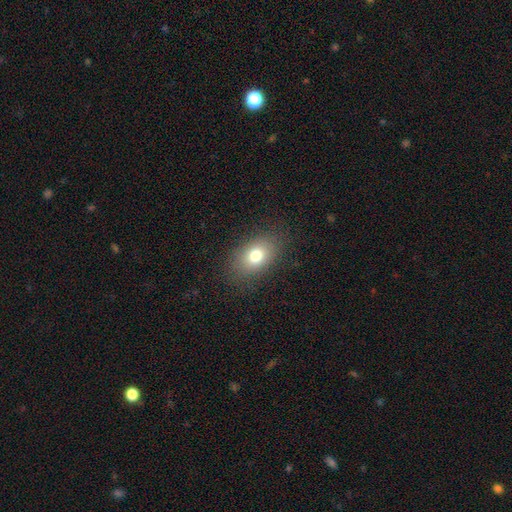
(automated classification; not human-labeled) smooth 75%, featured or disk 13%, star or artifact 12%. Down the decision tree: how rounded — in between (79%); merging — none (87%).